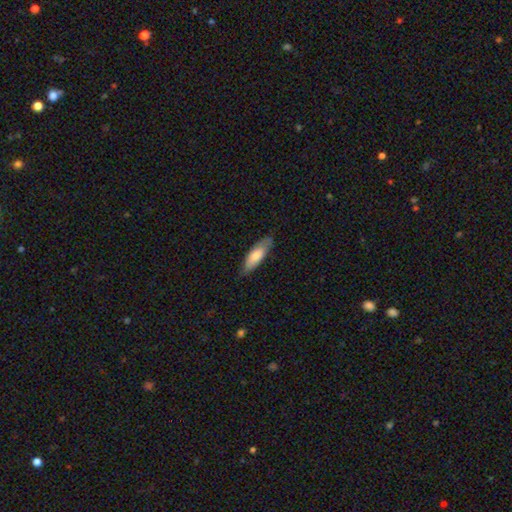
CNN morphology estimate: smooth-or-featured: smooth: 72% | featured or disk: 23% | star or artifact: 5%
  how-rounded: in between: 62% | cigar-shaped: 36% | round: 2%
  merging: none: 77% | minor disturbance: 18% | major disturbance: 3% | merger: 1%